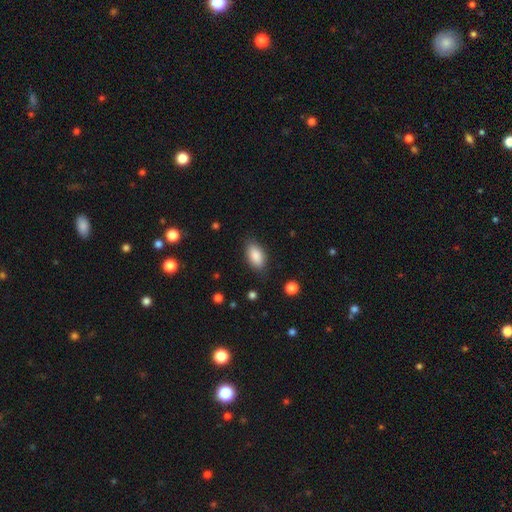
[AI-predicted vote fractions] This appears to be a smooth galaxy with no disk features (87%) that is in between round and cigar-shaped (92%). Merging: none (82%).